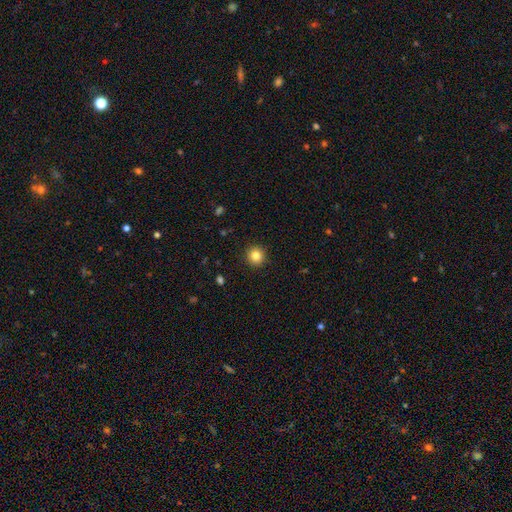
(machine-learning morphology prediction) A smooth galaxy with no disk features (83%) that is round (95%). Merging: none (92%).